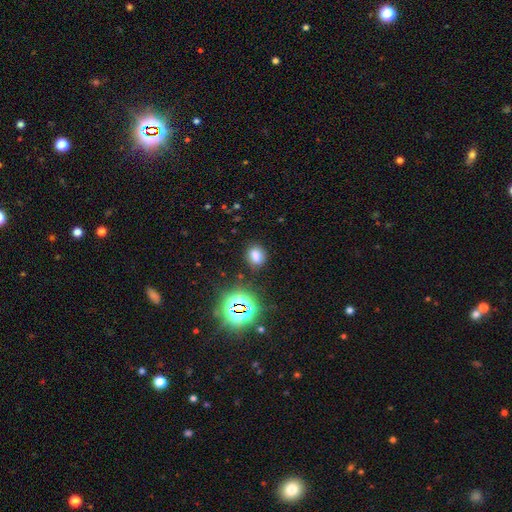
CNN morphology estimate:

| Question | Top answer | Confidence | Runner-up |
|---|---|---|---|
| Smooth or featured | smooth | 68% | star or artifact (23%) |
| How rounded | in between | 57% | round (42%) |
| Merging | none | 80% | minor disturbance (12%) |